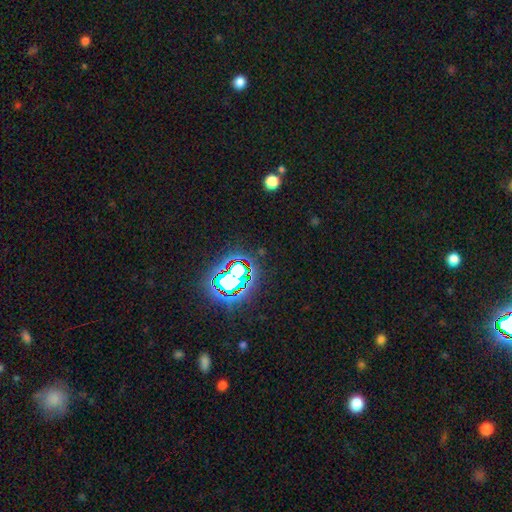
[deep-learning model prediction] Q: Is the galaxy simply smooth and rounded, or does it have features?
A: star or artifact — 79%.